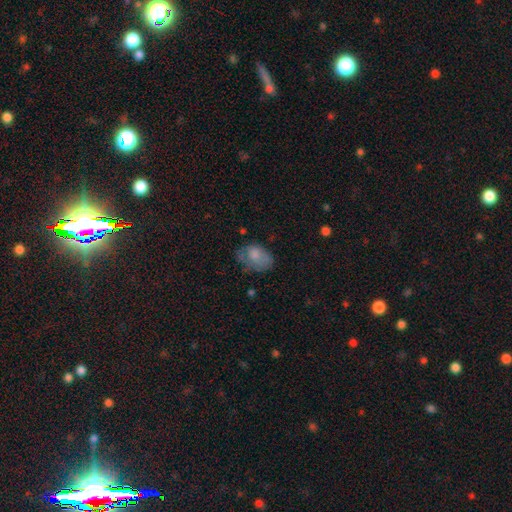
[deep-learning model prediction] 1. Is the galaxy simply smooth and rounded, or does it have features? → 73% smooth, 18% featured or disk, 8% star or artifact.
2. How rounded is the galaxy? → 79% in between, 20% round, 1% cigar-shaped.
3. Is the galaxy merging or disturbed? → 48% none, 32% minor disturbance, 18% major disturbance, 2% merger.